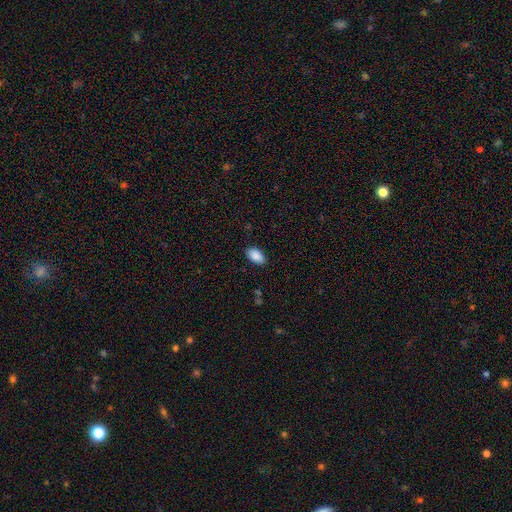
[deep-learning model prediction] This is clearly a smooth galaxy (89%). How rounded: clearly in between (94%). Merging: clearly none (86%).